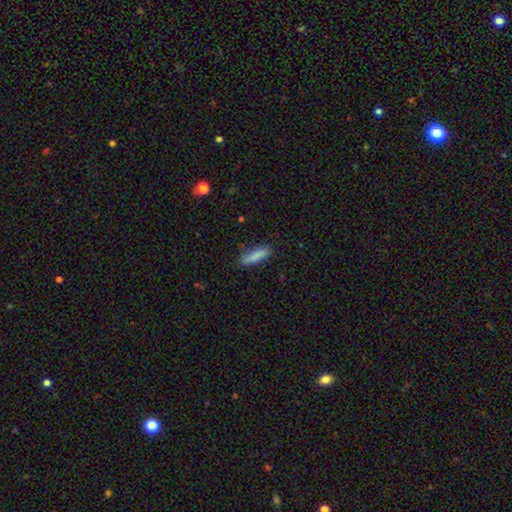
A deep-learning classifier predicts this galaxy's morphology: smooth_or_featured: smooth (p=0.84) [alt: featured or disk p=0.09]
how_rounded: cigar-shaped (p=0.63) [alt: in between p=0.35]
merging: none (p=0.78) [alt: minor disturbance p=0.17]